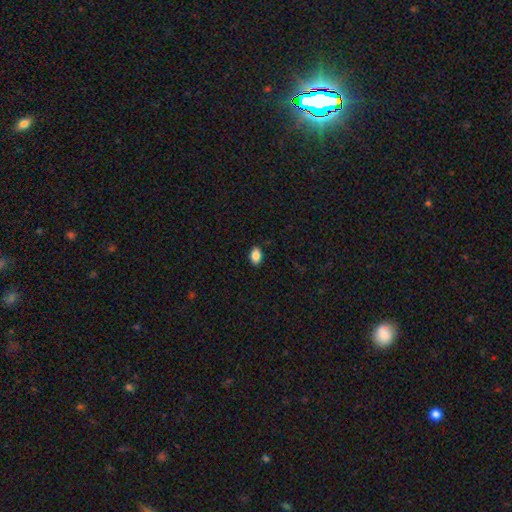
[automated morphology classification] This appears to be a smooth galaxy with no disk features (87%) that is in between round and cigar-shaped (87%). Merging: none (89%).